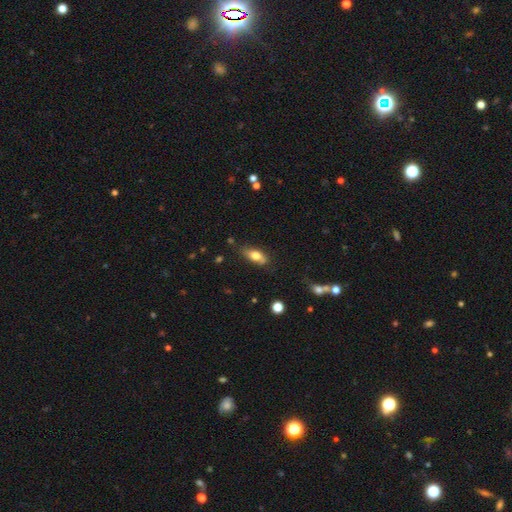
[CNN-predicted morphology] smooth-or-featured: smooth: 69% | featured or disk: 23% | star or artifact: 7%
  how-rounded: in between: 78% | cigar-shaped: 17% | round: 4%
  merging: none: 69% | minor disturbance: 22% | major disturbance: 5% | merger: 3%